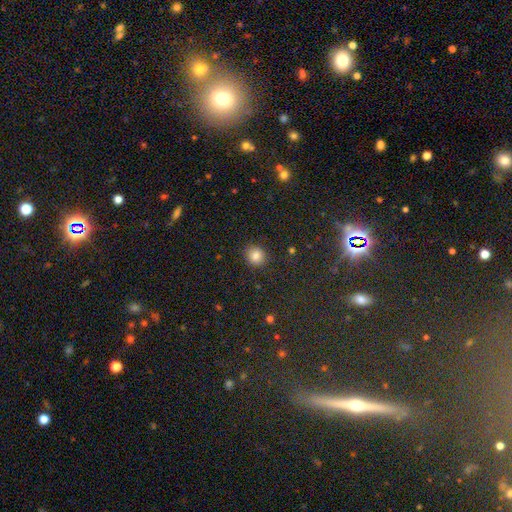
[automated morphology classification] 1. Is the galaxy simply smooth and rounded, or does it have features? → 83% smooth, 11% star or artifact, 6% featured or disk.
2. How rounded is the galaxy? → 83% round, 16% in between, 1% cigar-shaped.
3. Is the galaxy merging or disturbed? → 88% none, 8% minor disturbance, 2% major disturbance, 1% merger.